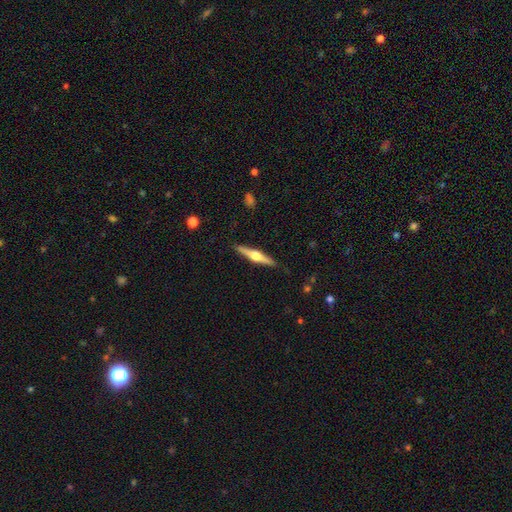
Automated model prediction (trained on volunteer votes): Smooth or featured? Predicted: featured or disk (p=0.70). Edge-on disk? Predicted: yes (p=0.98). Edge-on bulge? Predicted: rounded (p=0.94). Merging? Predicted: none (p=0.90).